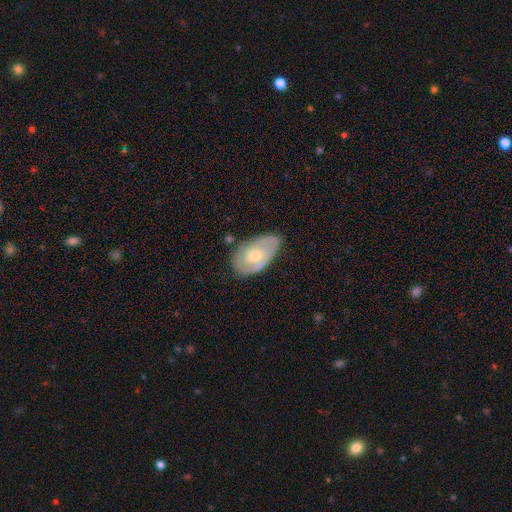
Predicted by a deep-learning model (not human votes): Smooth or featured?
  - featured or disk: 61% *
  - smooth: 33%
  - star or artifact: 5%
Edge-on disk?
  - no: 94% *
  - yes: 6%
Bar?
  - no: 72% *
  - weak: 24%
  - strong: 4%
Spiral arms?
  - yes: 78% *
  - no: 22%
Bulge size?
  - moderate: 59% *
  - small: 35%
  - large: 4%
  - none: 2%
  - dominant: 1%
Merging?
  - none: 66% *
  - minor disturbance: 26%
  - major disturbance: 6%
  - merger: 2%